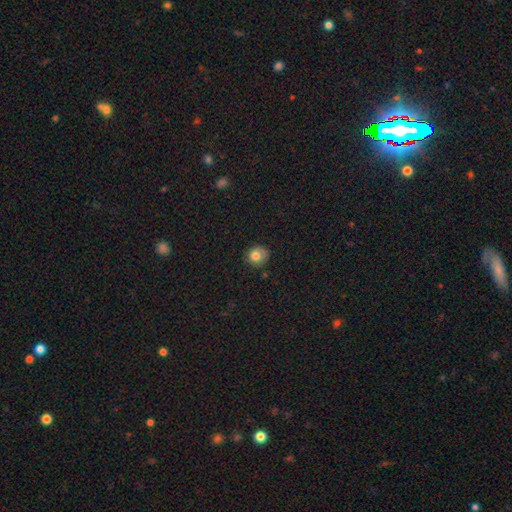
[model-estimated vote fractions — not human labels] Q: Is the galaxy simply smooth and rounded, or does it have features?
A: smooth — 80%.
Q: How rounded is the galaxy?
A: round — 85%.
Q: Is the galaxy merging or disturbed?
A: none — 76%.